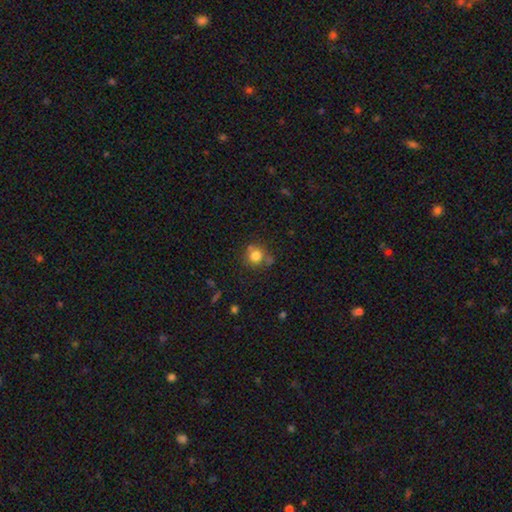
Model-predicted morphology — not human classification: A smooth galaxy with no disk features (79%) that is round (87%).

Vote fractions:
- Smooth or featured? smooth: 79% / star or artifact: 12% / featured or disk: 9%
- How rounded? round: 87% / in between: 12% / cigar-shaped: 1%
- Merging? none: 69% / minor disturbance: 16% / merger: 10% / major disturbance: 5%